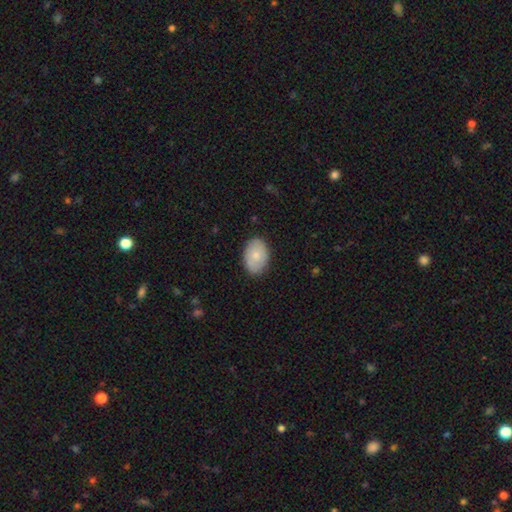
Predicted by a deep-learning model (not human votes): Smooth or featured: smooth — 77% (featured or disk — 17%)
How rounded: in between — 84% (round — 15%)
Merging: none — 85% (minor disturbance — 12%)